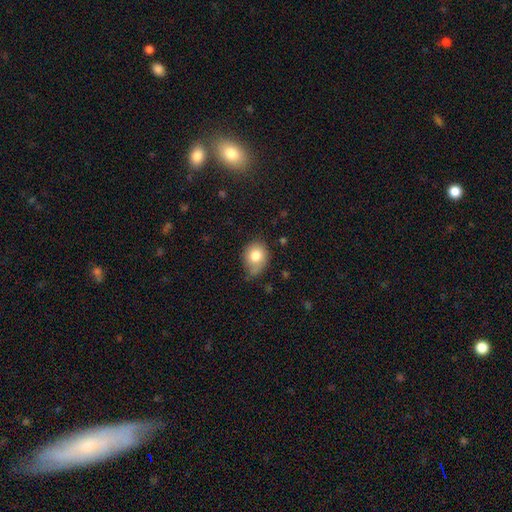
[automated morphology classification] smooth 79%, featured or disk 12%, star or artifact 9%. Down the decision tree: how rounded — round (52%); merging — none (54%).